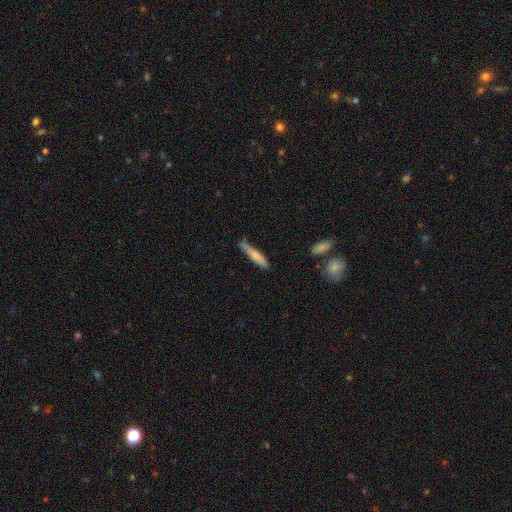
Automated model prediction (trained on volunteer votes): A smooth galaxy with no disk features (73%) that is cigar-shaped (90%). Merging: none (67%).